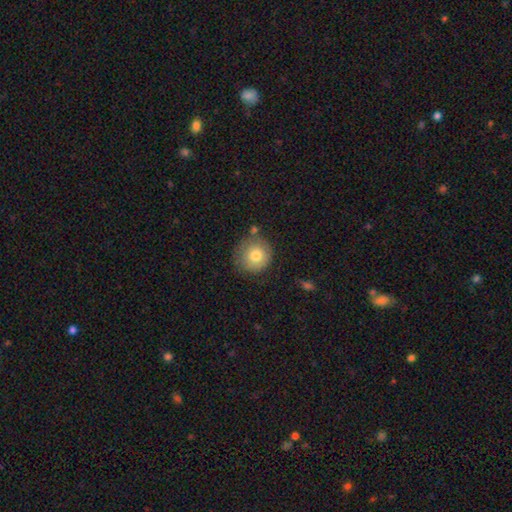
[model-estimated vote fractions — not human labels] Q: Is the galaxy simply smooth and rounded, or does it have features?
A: smooth — 77%.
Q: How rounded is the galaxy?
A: round — 93%.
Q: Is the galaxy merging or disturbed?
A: none — 73%.